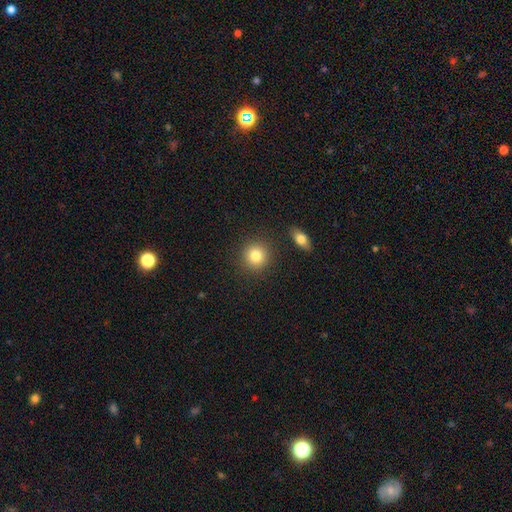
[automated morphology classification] Q: Smooth or featured?
A: smooth (83%); runner-up: star or artifact (9%)
Q: How rounded?
A: round (90%); runner-up: in between (9%)
Q: Merging?
A: none (87%); runner-up: minor disturbance (7%)